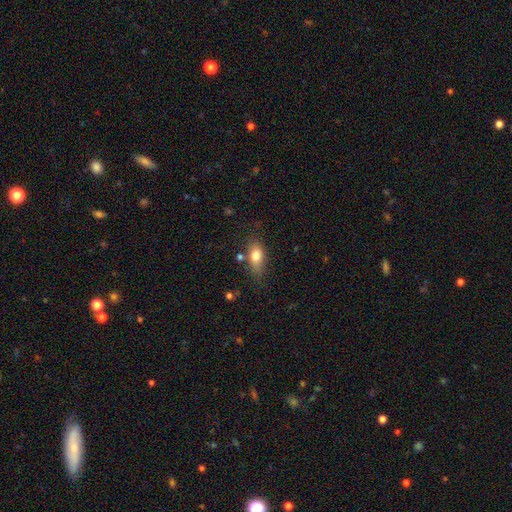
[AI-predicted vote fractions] A smooth galaxy with no disk features (76%) that is in between round and cigar-shaped (80%).

Vote fractions:
- Smooth or featured? smooth: 76% / featured or disk: 15% / star or artifact: 8%
- How rounded? in between: 80% / cigar-shaped: 11% / round: 9%
- Merging? none: 69% / minor disturbance: 19% / merger: 6% / major disturbance: 5%